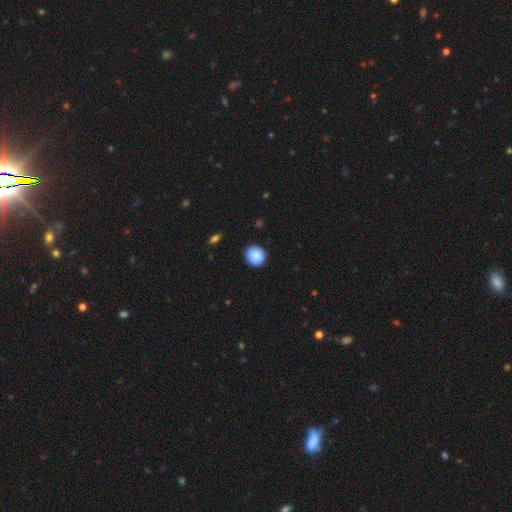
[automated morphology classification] smooth 88%, star or artifact 7%, featured or disk 5%. Down the decision tree: how rounded — round (89%); merging — none (88%).